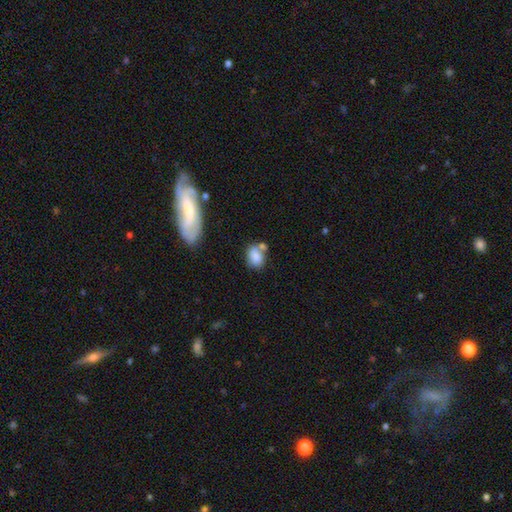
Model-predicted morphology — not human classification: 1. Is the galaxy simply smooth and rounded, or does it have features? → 81% smooth, 10% featured or disk, 9% star or artifact.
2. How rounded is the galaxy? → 70% in between, 28% round, 2% cigar-shaped.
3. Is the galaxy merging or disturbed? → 43% none, 30% merger, 20% minor disturbance, 7% major disturbance.